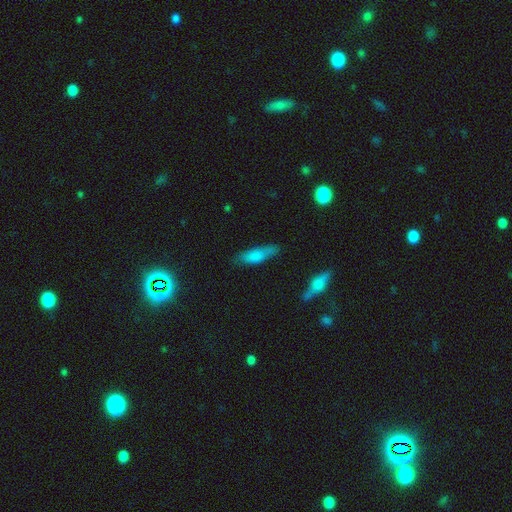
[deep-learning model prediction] Smooth or featured?
  - smooth: 74% *
  - featured or disk: 19%
  - star or artifact: 7%
How rounded?
  - cigar-shaped: 57% *
  - in between: 41%
  - round: 2%
Merging?
  - none: 75% *
  - minor disturbance: 18%
  - major disturbance: 4%
  - merger: 2%